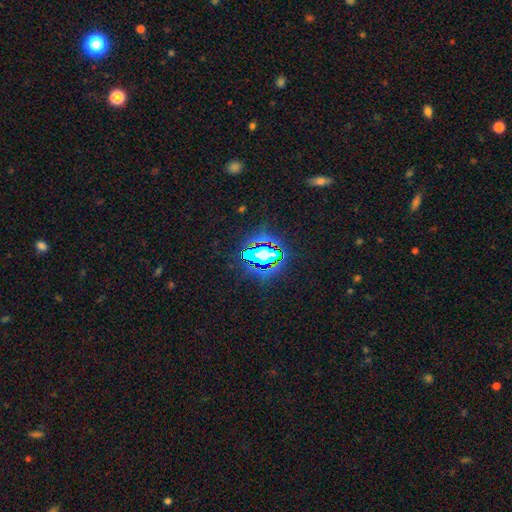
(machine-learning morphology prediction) Smooth or featured? Predicted: star or artifact (p=0.81).